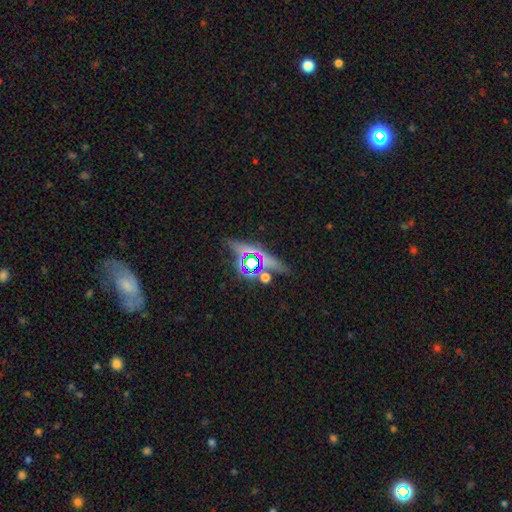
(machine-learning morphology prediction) smooth_or_featured: star or artifact (p=0.54) [alt: smooth p=0.23]